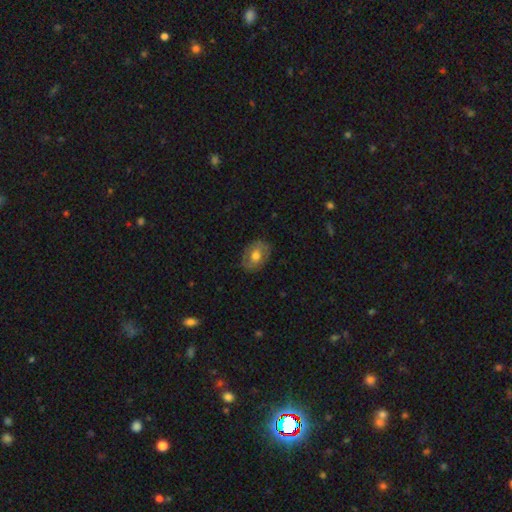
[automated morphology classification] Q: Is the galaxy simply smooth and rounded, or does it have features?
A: smooth — 51%.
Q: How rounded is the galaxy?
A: in between — 66%.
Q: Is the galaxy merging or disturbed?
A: none — 80%.